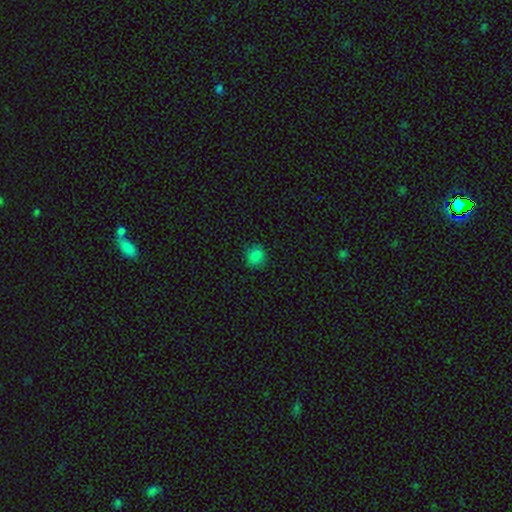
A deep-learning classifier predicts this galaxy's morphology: smooth 83%, star or artifact 13%, featured or disk 4%. Down the decision tree: how rounded — round (72%); merging — none (84%).